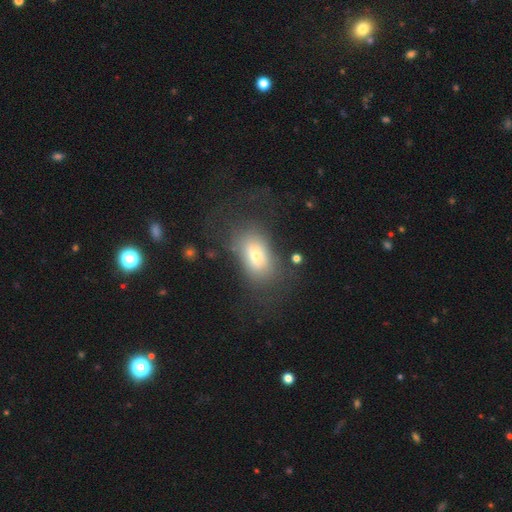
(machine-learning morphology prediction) Smooth or featured? smooth (65%)
How rounded? in between (83%)
Merging? none (56%)